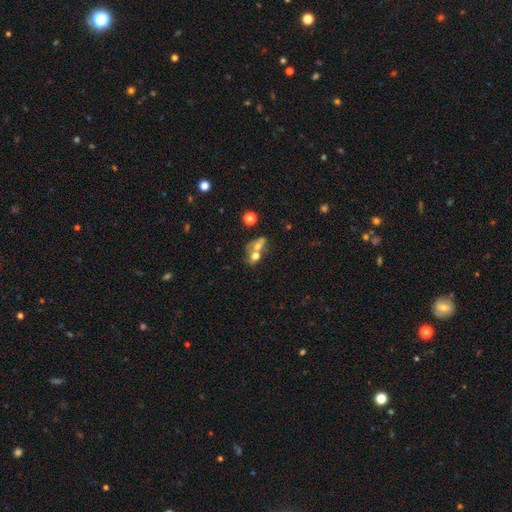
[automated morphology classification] Smooth or featured? Predicted: smooth (p=0.60). How rounded? Predicted: in between (p=0.59). Merging? Predicted: merger (p=0.67).